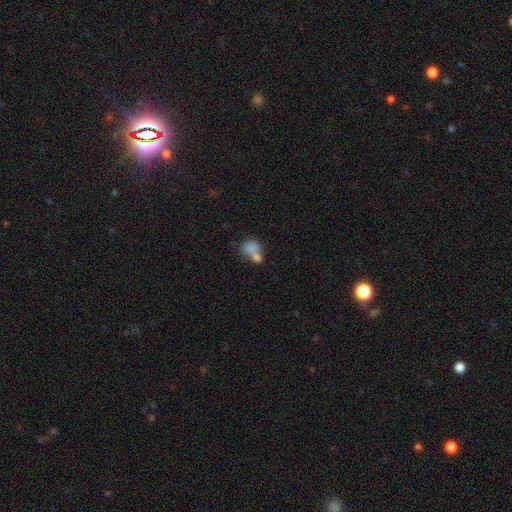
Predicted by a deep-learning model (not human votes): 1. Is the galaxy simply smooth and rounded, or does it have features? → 74% smooth, 16% featured or disk, 10% star or artifact.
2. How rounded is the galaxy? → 57% in between, 41% round, 2% cigar-shaped.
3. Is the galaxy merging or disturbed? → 65% merger, 22% none, 8% minor disturbance, 6% major disturbance.